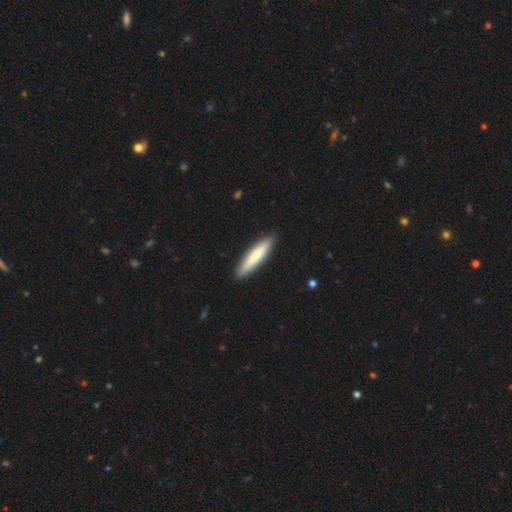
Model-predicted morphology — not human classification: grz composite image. It shows a smooth galaxy with no disk features (75%) that is cigar-shaped (87%). Merging: none (90%).